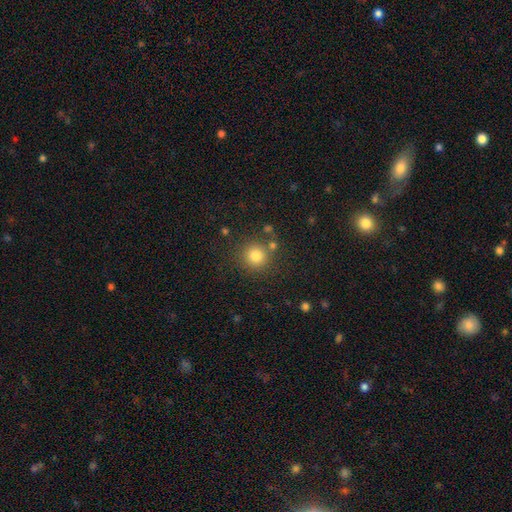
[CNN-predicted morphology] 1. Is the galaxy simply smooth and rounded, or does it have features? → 80% smooth, 13% star or artifact, 6% featured or disk.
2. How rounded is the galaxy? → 93% round, 6% in between, 1% cigar-shaped.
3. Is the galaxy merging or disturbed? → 81% none, 8% minor disturbance, 7% merger, 4% major disturbance.